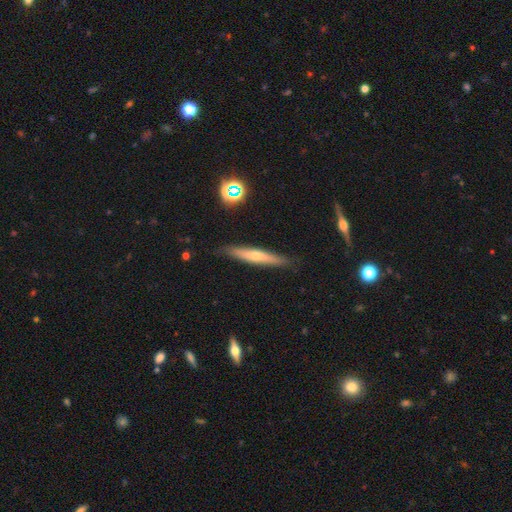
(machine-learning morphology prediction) Smooth or featured? Predicted: featured or disk (p=0.47). Merging? Predicted: none (p=0.87).